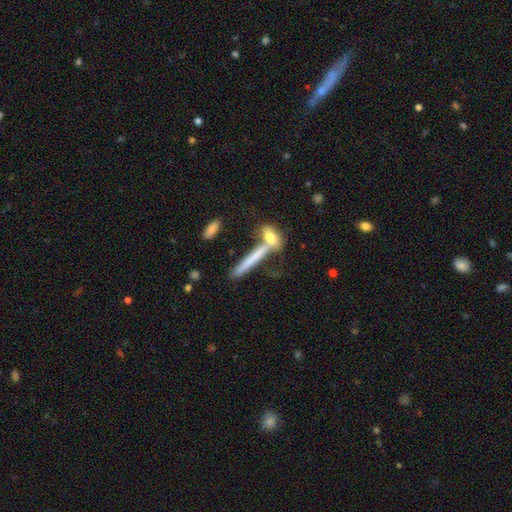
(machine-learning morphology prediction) A smooth galaxy with no disk features (53%) that is cigar-shaped (85%).

Vote fractions:
- Smooth or featured? smooth: 53% / featured or disk: 36% / star or artifact: 11%
- How rounded? cigar-shaped: 85% / in between: 10% / round: 6%
- Merging? none: 57% / merger: 26% / minor disturbance: 12% / major disturbance: 6%